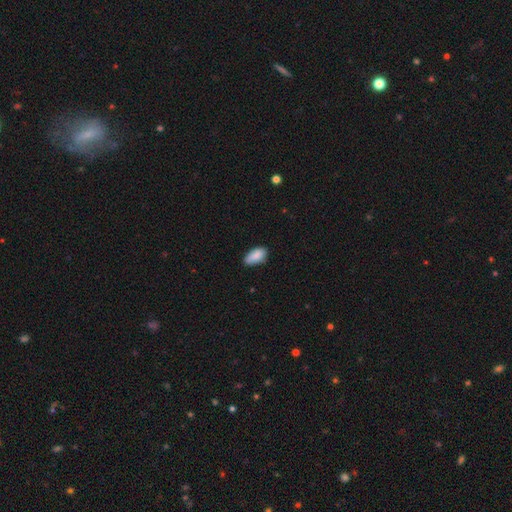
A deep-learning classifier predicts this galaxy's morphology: smooth 87%, featured or disk 7%, star or artifact 7%. Down the decision tree: how rounded — in between (93%); merging — none (73%).